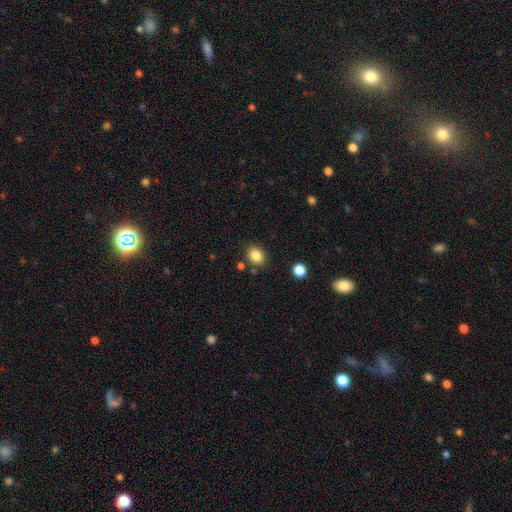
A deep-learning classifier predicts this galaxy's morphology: Smooth or featured? smooth (85%)
How rounded? round (55%)
Merging? none (82%)